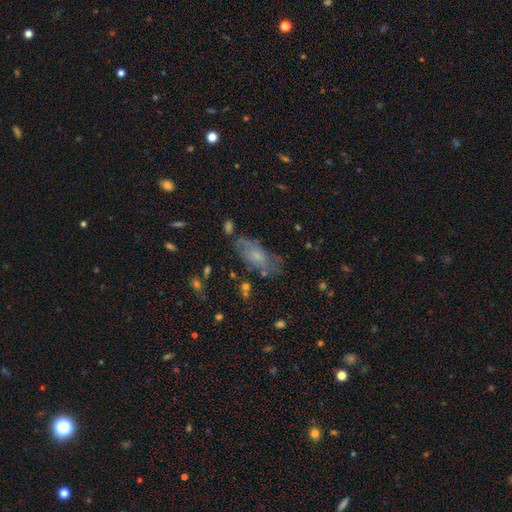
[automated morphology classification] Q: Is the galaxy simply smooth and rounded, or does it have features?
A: smooth — 49%.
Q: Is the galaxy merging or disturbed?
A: none — 60%.